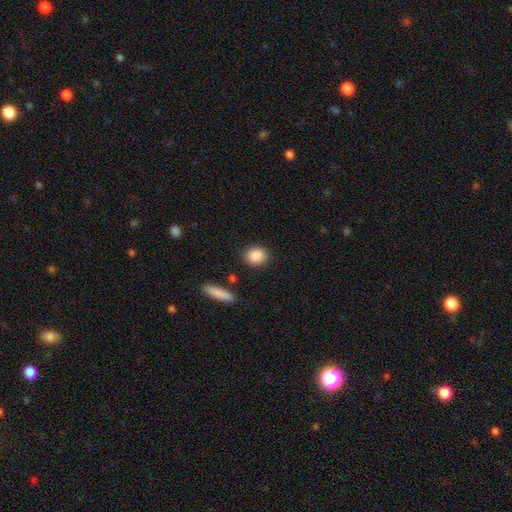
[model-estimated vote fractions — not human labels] Smooth or featured: smooth — 88% (star or artifact — 7%)
How rounded: round — 63% (in between — 35%)
Merging: none — 87% (minor disturbance — 8%)